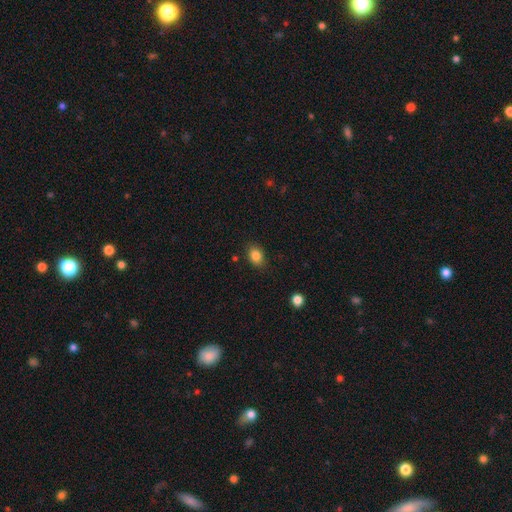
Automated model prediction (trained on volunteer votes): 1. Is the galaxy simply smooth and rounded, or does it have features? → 85% smooth, 10% star or artifact, 6% featured or disk.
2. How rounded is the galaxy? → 73% in between, 26% round, 1% cigar-shaped.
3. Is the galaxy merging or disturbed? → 84% none, 12% minor disturbance, 3% major disturbance, 2% merger.